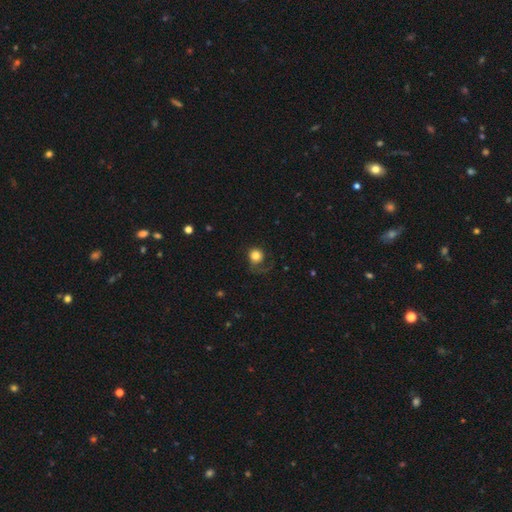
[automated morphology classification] smooth-or-featured: smooth: 73% | featured or disk: 18% | star or artifact: 9%
  how-rounded: round: 86% | in between: 13% | cigar-shaped: 1%
  merging: none: 49% | major disturbance: 31% | minor disturbance: 18% | merger: 2%